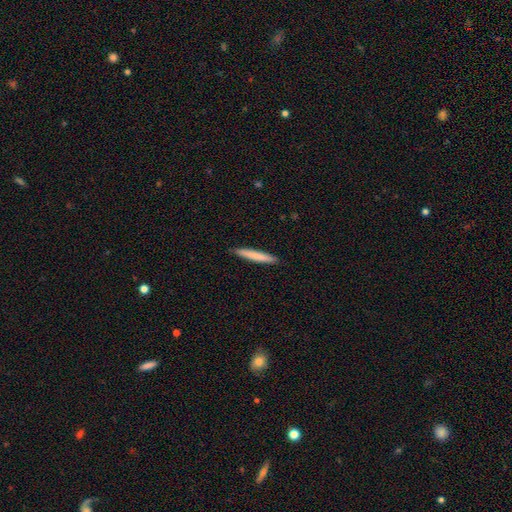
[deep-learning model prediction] A smooth galaxy with no disk features (76%) that is cigar-shaped (96%).

Vote fractions:
- Smooth or featured? smooth: 76% / featured or disk: 19% / star or artifact: 5%
- How rounded? cigar-shaped: 96% / in between: 3% / round: 1%
- Merging? none: 92% / minor disturbance: 6% / major disturbance: 1% / merger: 1%